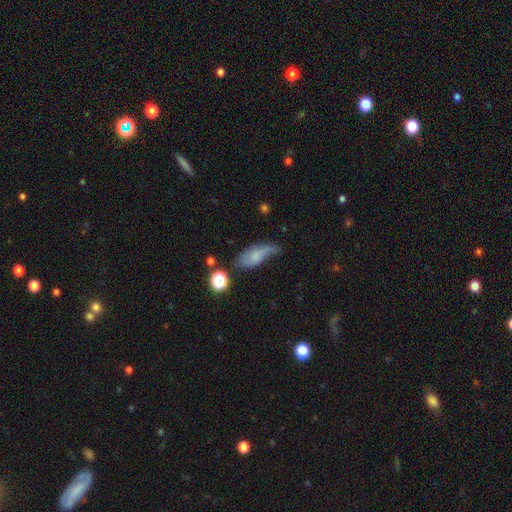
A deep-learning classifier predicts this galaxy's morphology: A smooth galaxy with no disk features (55%) that is in between round and cigar-shaped (79%). Merging: minor disturbance (36%).